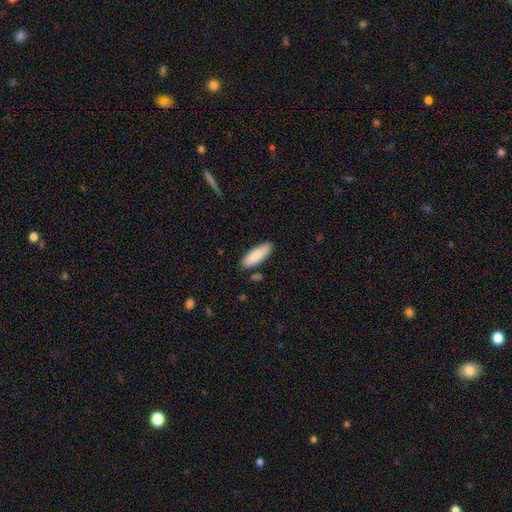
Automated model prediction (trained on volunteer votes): Smooth or featured? smooth (87%)
How rounded? in between (62%)
Merging? none (85%)